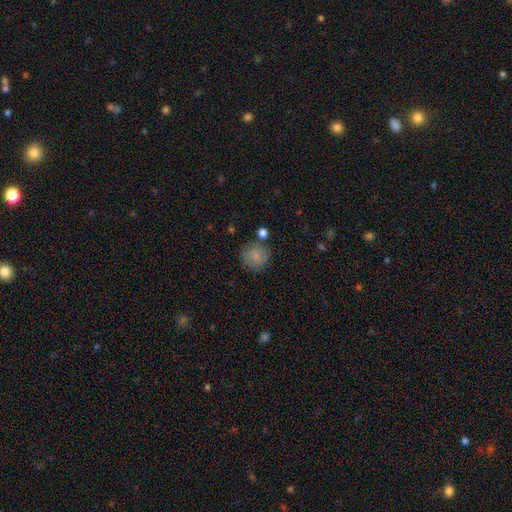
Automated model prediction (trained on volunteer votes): The model was most divided on "merging": none: 77%, minor disturbance: 13%, merger: 7%, major disturbance: 4%. More confident: how rounded — round (91%); smooth or featured — smooth (80%).